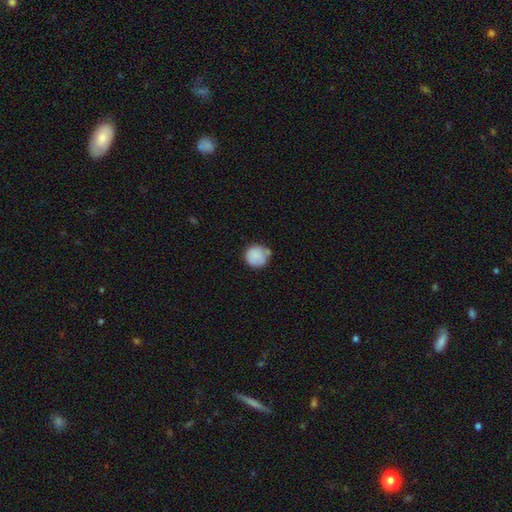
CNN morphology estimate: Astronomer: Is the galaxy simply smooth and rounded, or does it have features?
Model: smooth — 85%.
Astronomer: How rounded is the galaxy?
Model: round — 93%.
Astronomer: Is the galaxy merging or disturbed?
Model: none — 62%.